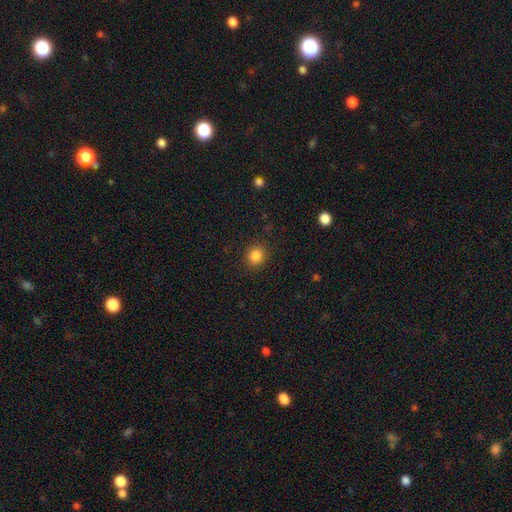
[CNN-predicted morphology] Q: Smooth or featured?
A: smooth (85%); runner-up: star or artifact (11%)
Q: How rounded?
A: round (88%); runner-up: in between (12%)
Q: Merging?
A: none (90%); runner-up: minor disturbance (7%)